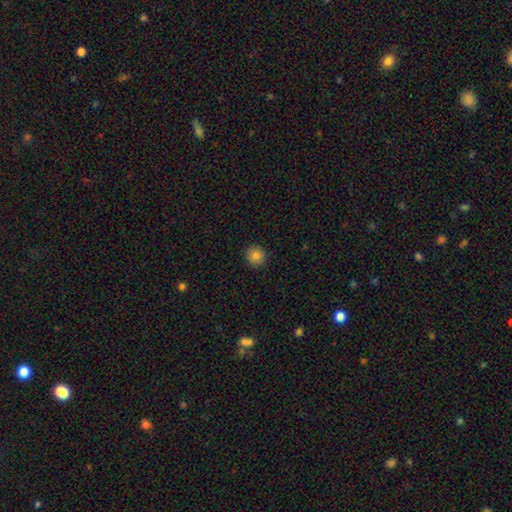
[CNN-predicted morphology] Overall: smooth (83%). How rounded: round (92%). Merging: none (92%).